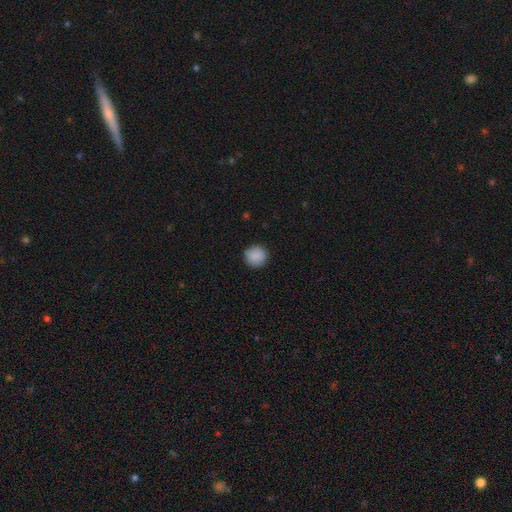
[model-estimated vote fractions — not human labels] Smooth or featured?
  - smooth: 88% *
  - star or artifact: 8%
  - featured or disk: 3%
How rounded?
  - round: 92% *
  - in between: 7%
  - cigar-shaped: 1%
Merging?
  - none: 88% *
  - minor disturbance: 9%
  - major disturbance: 2%
  - merger: 1%